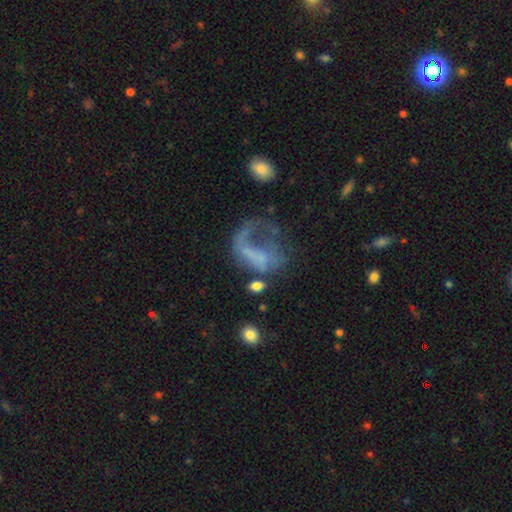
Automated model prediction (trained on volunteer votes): Smooth or featured? Predicted: featured or disk (p=0.55). Edge-on disk? Predicted: no (p=0.97). Bar? Predicted: no (p=0.74). Spiral arms? Predicted: no (p=0.60). Bulge size? Predicted: none (p=0.69). Merging? Predicted: major disturbance (p=0.55).